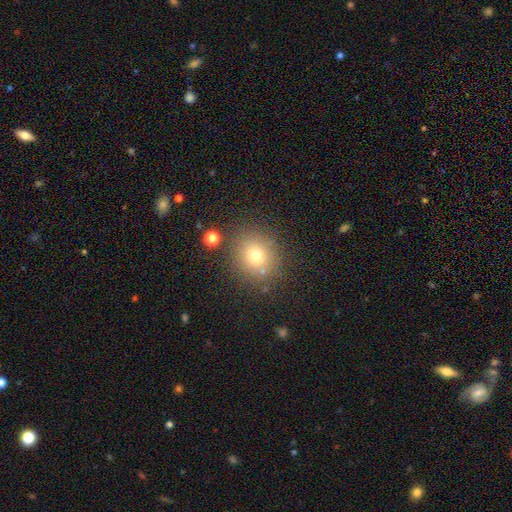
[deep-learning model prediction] smooth-or-featured: smooth: 73% | star or artifact: 17% | featured or disk: 11%
  how-rounded: round: 82% | in between: 17% | cigar-shaped: 1%
  merging: none: 83% | minor disturbance: 9% | merger: 4% | major disturbance: 4%